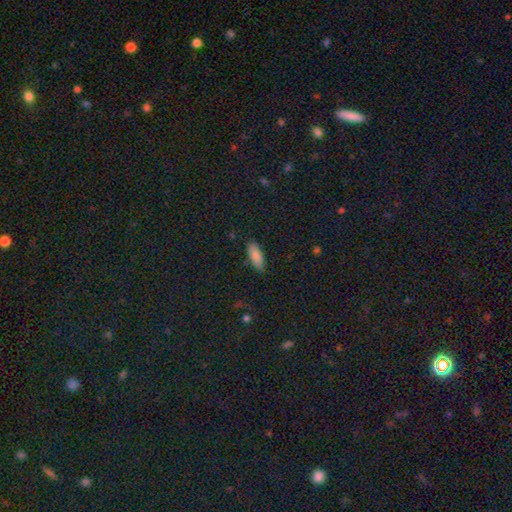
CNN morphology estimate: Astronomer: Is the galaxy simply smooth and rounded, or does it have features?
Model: smooth — 86%.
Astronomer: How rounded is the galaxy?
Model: in between — 75%.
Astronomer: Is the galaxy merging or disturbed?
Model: none — 85%.